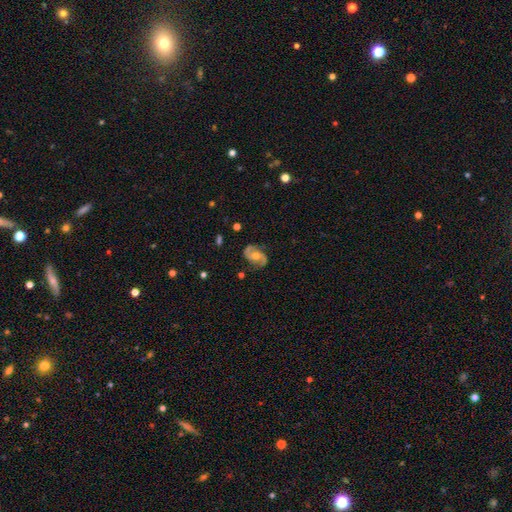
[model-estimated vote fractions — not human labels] Q: Smooth or featured?
A: featured or disk (87%); runner-up: smooth (8%)
Q: Edge-on disk?
A: no (98%); runner-up: yes (2%)
Q: Bar?
A: no (60%); runner-up: weak (31%)
Q: Spiral arms?
A: yes (96%); runner-up: no (4%)
Q: Spiral winding?
A: medium (53%); runner-up: loose (25%)
Q: Spiral arm count?
A: 2 (93%); runner-up: can't tell (2%)
Q: Bulge size?
A: moderate (71%); runner-up: small (22%)
Q: Merging?
A: none (81%); runner-up: minor disturbance (14%)